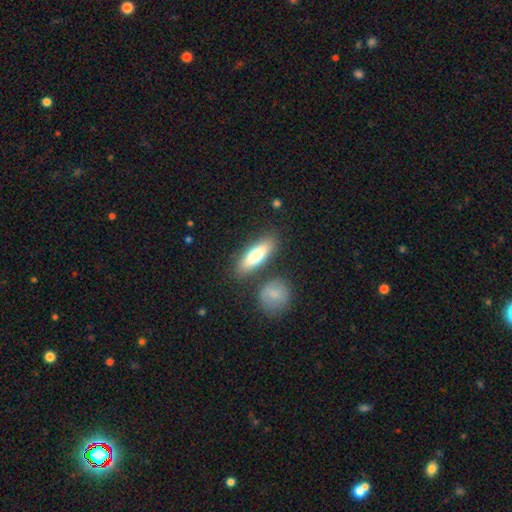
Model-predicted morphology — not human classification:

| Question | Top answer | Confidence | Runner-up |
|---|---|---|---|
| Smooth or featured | smooth | 72% | featured or disk (22%) |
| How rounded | in between | 59% | cigar-shaped (38%) |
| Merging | none | 79% | minor disturbance (10%) |